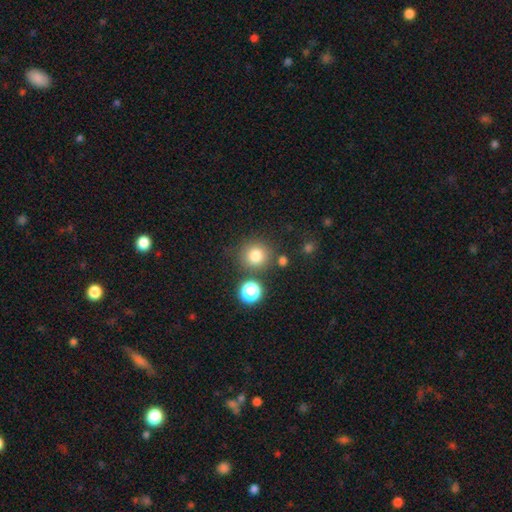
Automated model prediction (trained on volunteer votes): This appears to be a smooth galaxy with no disk features (78%) that is round (93%). Merging: none (79%).